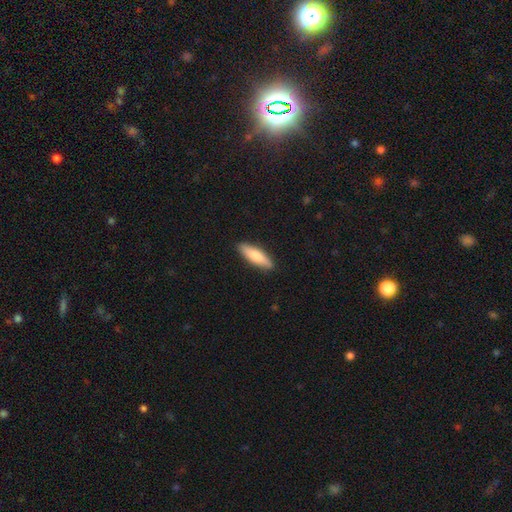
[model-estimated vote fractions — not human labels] A smooth galaxy with no disk features (75%) that is cigar-shaped (60%).

Vote fractions:
- Smooth or featured? smooth: 75% / featured or disk: 20% / star or artifact: 5%
- How rounded? cigar-shaped: 60% / in between: 38% / round: 2%
- Merging? none: 89% / minor disturbance: 8% / major disturbance: 2% / merger: 1%